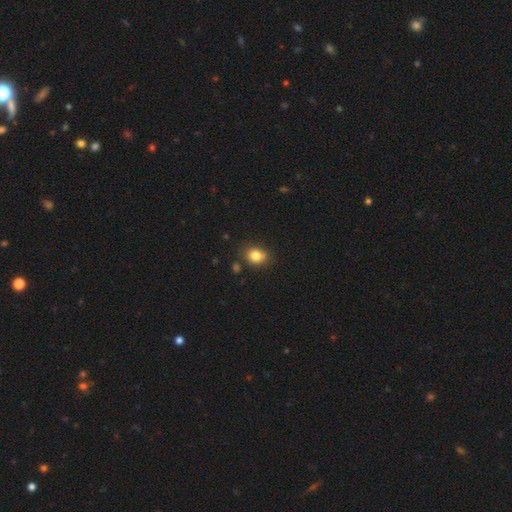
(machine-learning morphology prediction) smooth_or_featured: smooth (p=0.82) [alt: star or artifact p=0.10]
how_rounded: in between (p=0.50) [alt: round p=0.49]
merging: none (p=0.77) [alt: minor disturbance p=0.16]